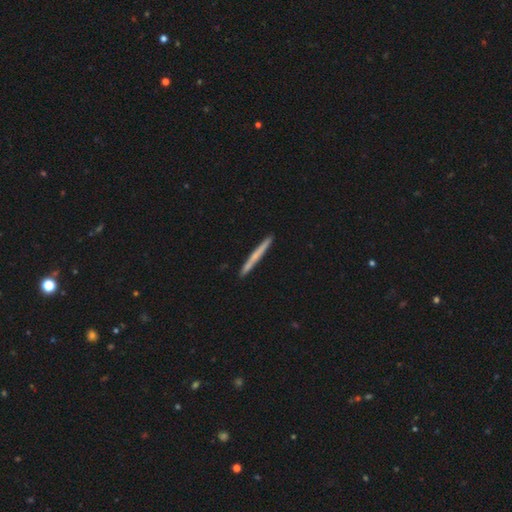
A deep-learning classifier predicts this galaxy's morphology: The model was most divided on "smooth or featured": smooth: 52%, featured or disk: 43%, star or artifact: 6%. More confident: how rounded — cigar-shaped (97%); merging — none (92%).